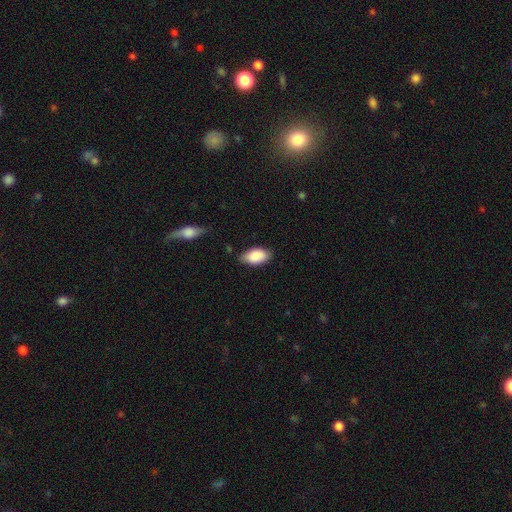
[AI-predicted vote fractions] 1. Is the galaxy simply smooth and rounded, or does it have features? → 87% smooth, 6% star or artifact, 6% featured or disk.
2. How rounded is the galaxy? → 94% in between, 4% round, 3% cigar-shaped.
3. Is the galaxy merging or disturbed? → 76% none, 20% minor disturbance, 3% major disturbance, 2% merger.